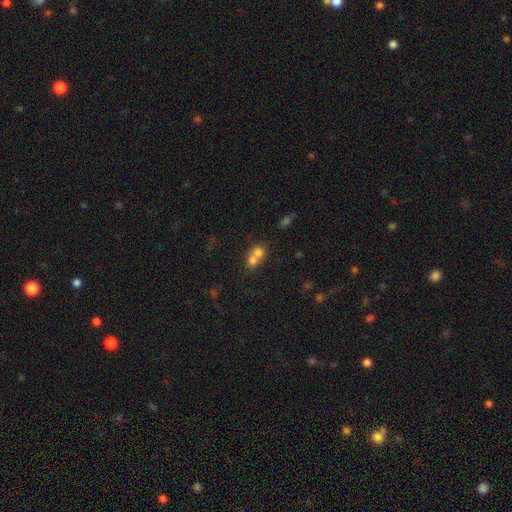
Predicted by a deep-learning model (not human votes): A smooth galaxy with no disk features (70%) that is round (69%). Merging: merger (72%).